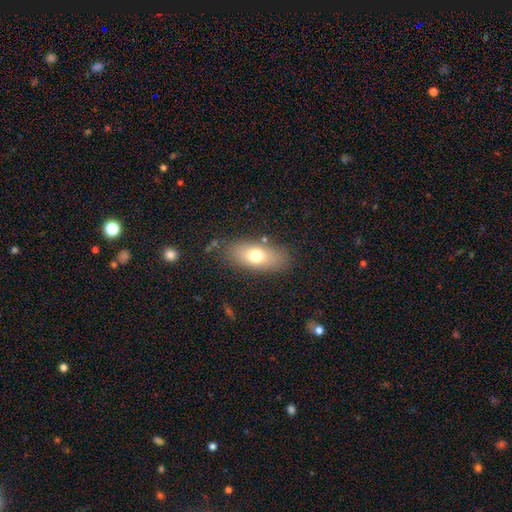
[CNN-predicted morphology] type=smooth (70%); roundness=in between (81%); merging=none (81%).